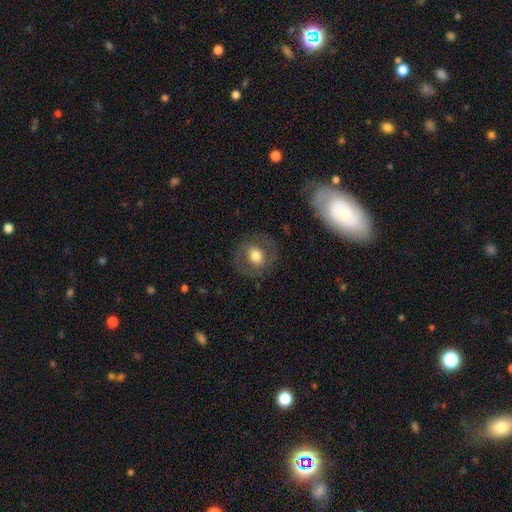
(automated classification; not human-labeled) A smooth galaxy with no disk features (47%). Merging: none (79%).